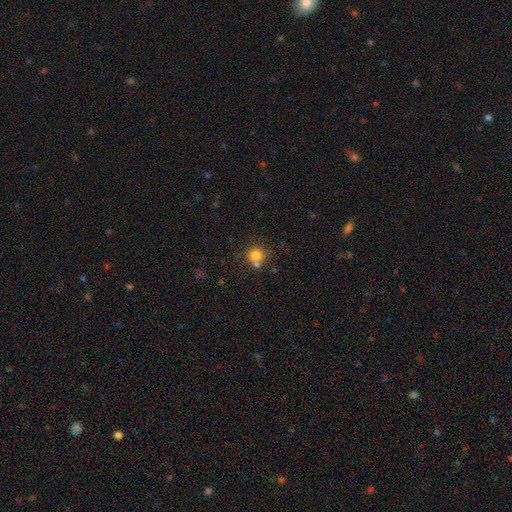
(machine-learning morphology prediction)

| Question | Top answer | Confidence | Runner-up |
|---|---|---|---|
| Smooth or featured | smooth | 78% | star or artifact (12%) |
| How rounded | round | 88% | in between (11%) |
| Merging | none | 57% | merger (27%) |